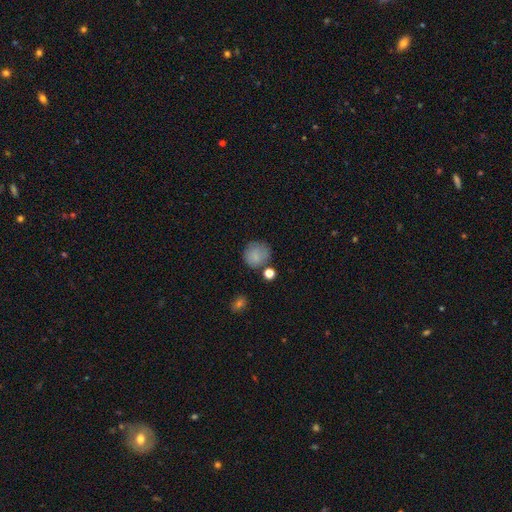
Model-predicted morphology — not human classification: This is clearly a smooth galaxy (82%). How rounded: clearly round (86%). Merging: likely none (71%).